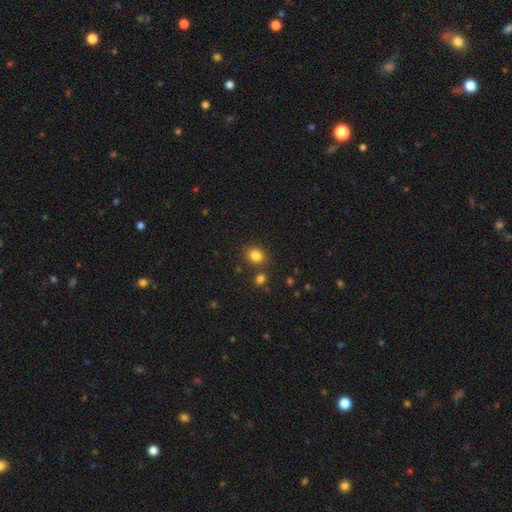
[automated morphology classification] smooth_or_featured: smooth (p=0.83) [alt: star or artifact p=0.12]
how_rounded: round (p=0.58) [alt: in between p=0.41]
merging: none (p=0.78) [alt: minor disturbance p=0.10]